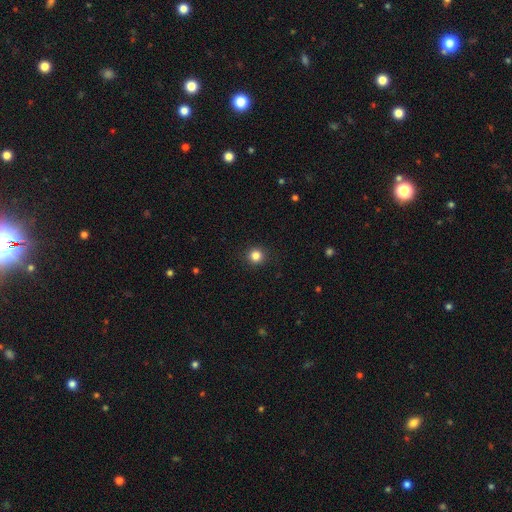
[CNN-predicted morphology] Smooth or featured? Predicted: smooth (p=0.84). How rounded? Predicted: round (p=0.94). Merging? Predicted: none (p=0.92).